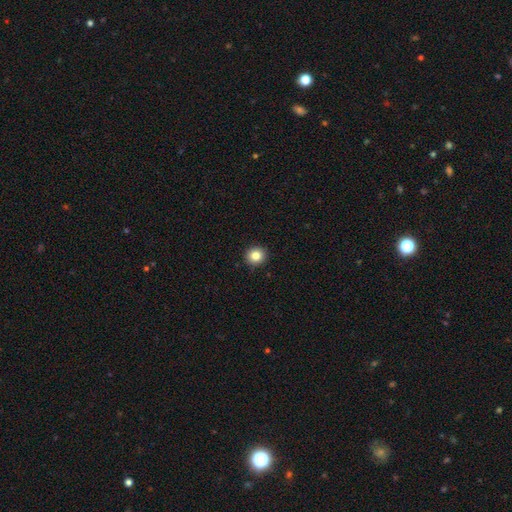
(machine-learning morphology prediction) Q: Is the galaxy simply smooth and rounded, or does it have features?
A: smooth — 83%.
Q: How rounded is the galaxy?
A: round — 89%.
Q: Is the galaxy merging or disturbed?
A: none — 92%.